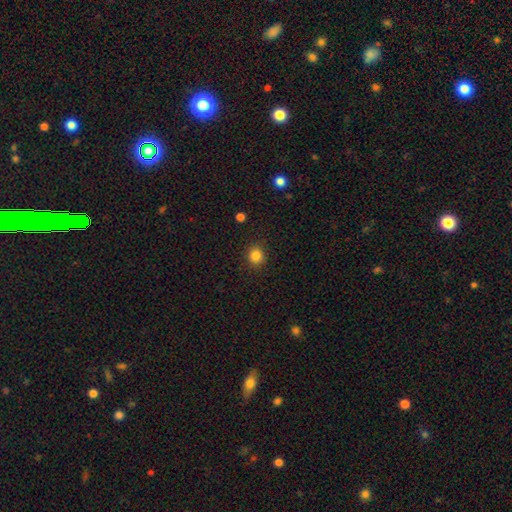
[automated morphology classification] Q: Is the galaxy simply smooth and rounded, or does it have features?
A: smooth — 85%.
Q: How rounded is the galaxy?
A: round — 88%.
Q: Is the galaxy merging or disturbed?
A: none — 90%.